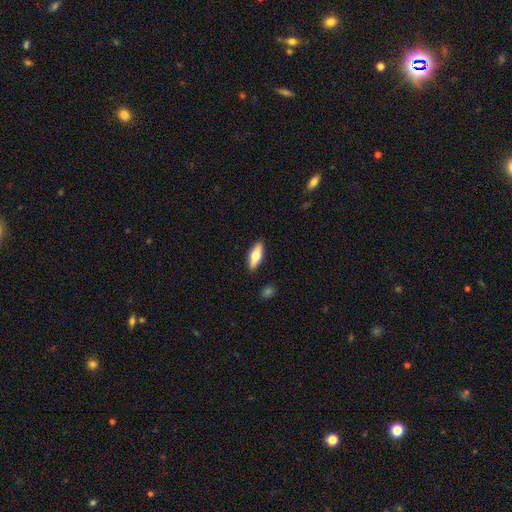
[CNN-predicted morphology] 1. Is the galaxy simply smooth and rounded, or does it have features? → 63% smooth, 31% featured or disk, 6% star or artifact.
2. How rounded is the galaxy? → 64% in between, 34% cigar-shaped, 3% round.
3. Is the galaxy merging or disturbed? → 89% none, 8% minor disturbance, 2% major disturbance, 1% merger.